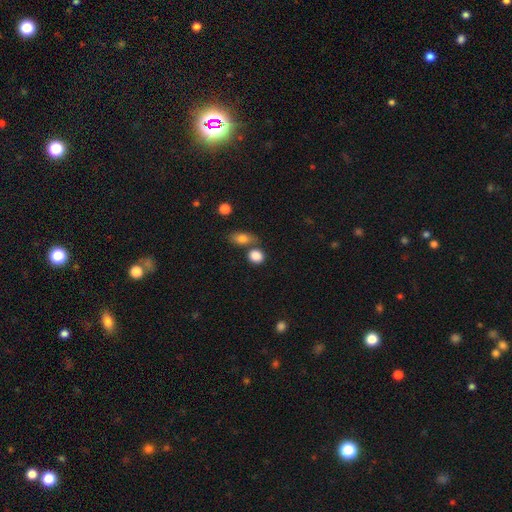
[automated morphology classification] This is clearly a smooth galaxy (85%). How rounded: likely round (63%). Merging: possibly none (59%).